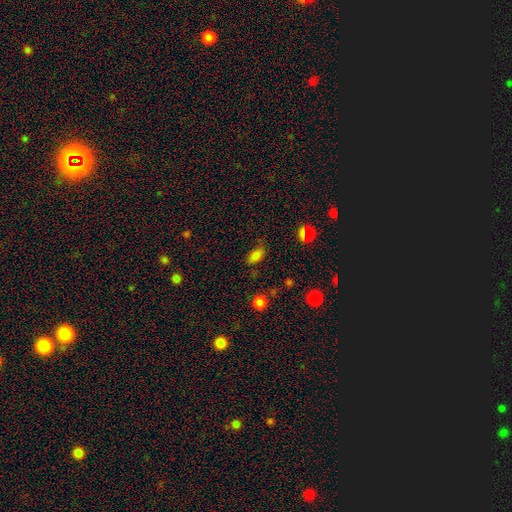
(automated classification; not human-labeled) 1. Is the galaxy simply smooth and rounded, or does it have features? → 78% smooth, 16% star or artifact, 6% featured or disk.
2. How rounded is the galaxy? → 88% in between, 8% round, 5% cigar-shaped.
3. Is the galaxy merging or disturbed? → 70% none, 21% minor disturbance, 6% major disturbance, 3% merger.